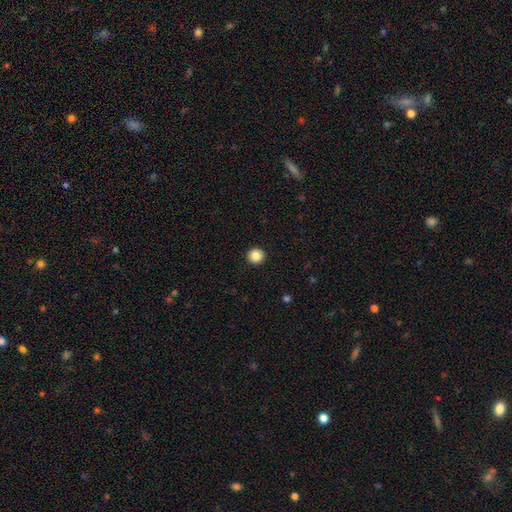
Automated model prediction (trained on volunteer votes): Smooth or featured?
  - smooth: 86% *
  - star or artifact: 10%
  - featured or disk: 4%
How rounded?
  - round: 95% *
  - in between: 4%
  - cigar-shaped: 1%
Merging?
  - none: 94% *
  - minor disturbance: 4%
  - major disturbance: 1%
  - merger: 1%